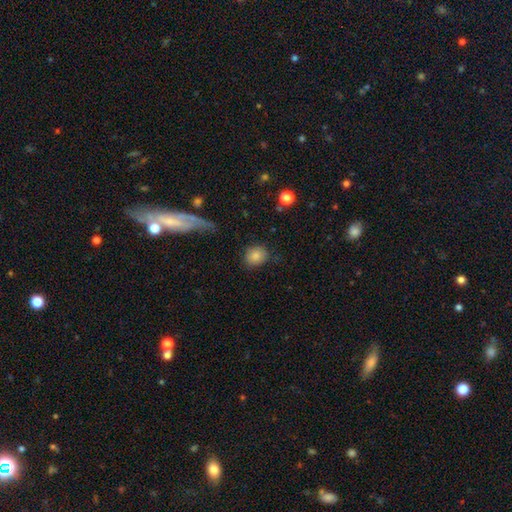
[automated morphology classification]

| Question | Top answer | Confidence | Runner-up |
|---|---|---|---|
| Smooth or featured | smooth | 85% | star or artifact (9%) |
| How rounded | round | 71% | in between (28%) |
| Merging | none | 78% | minor disturbance (15%) |